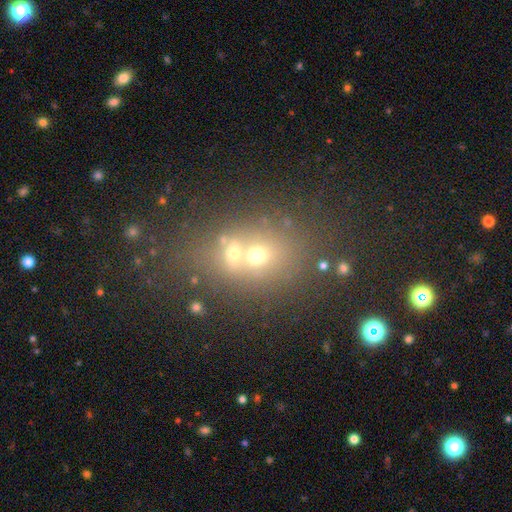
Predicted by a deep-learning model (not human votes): Smooth or featured: smooth — 48% (star or artifact — 26%)
Merging: merger — 54% (none — 33%)